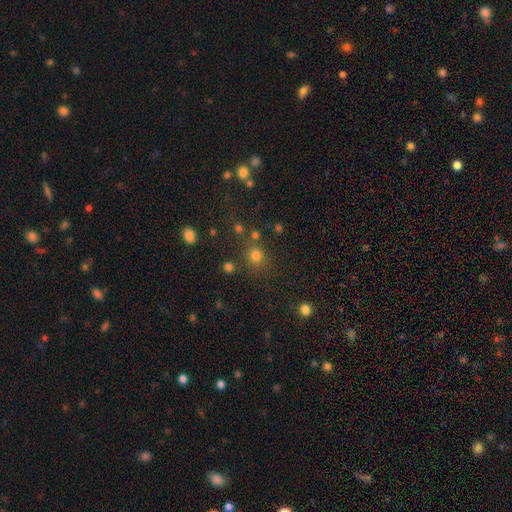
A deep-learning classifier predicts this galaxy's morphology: A smooth galaxy with no disk features (75%) that is round (87%). Merging: none (76%).